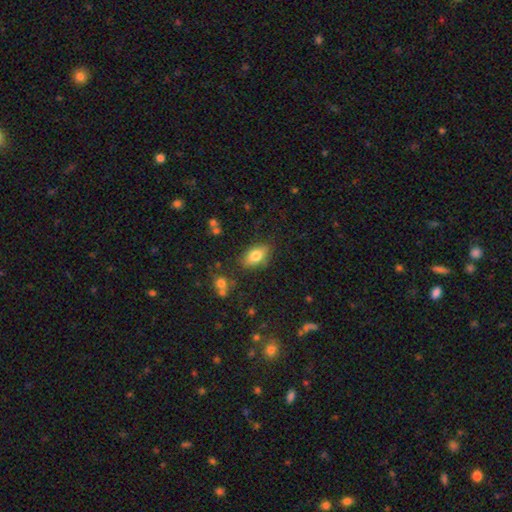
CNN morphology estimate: This is likely a smooth galaxy (79%). How rounded: clearly in between (89%). Merging: likely none (79%).